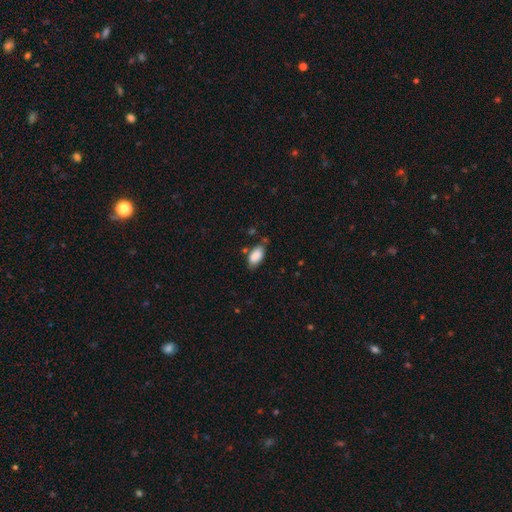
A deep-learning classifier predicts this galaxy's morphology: smooth 87%, star or artifact 7%, featured or disk 6%. Down the decision tree: how rounded — in between (93%); merging — none (69%).